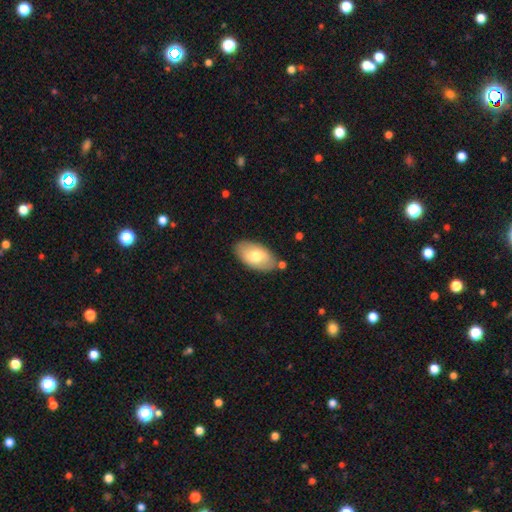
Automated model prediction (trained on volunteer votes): The model was most divided on "smooth or featured": smooth: 67%, featured or disk: 28%, star or artifact: 5%. More confident: how rounded — in between (95%); merging — none (81%).